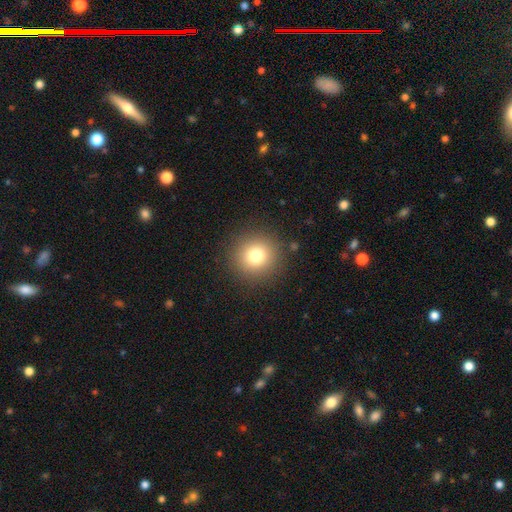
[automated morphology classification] Q: Smooth or featured?
A: smooth (78%); runner-up: star or artifact (13%)
Q: How rounded?
A: round (94%); runner-up: in between (5%)
Q: Merging?
A: none (90%); runner-up: minor disturbance (6%)